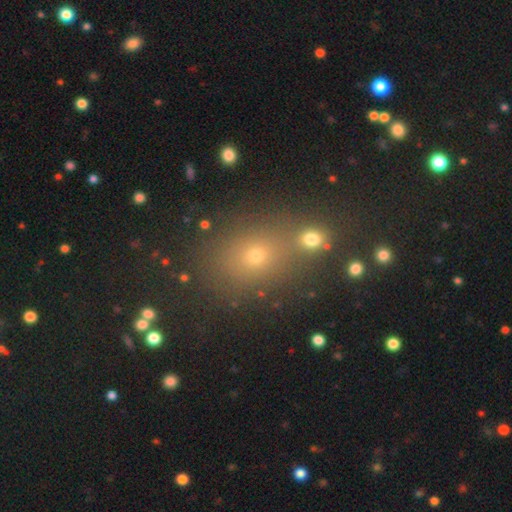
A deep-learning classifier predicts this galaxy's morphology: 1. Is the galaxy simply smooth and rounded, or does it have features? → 48% star or artifact, 42% smooth, 10% featured or disk.